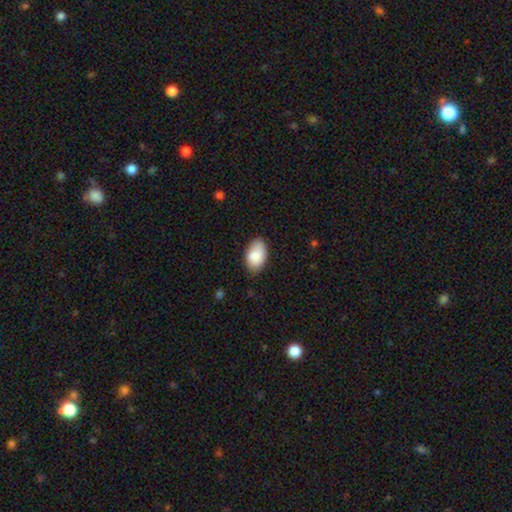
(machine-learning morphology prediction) type=smooth (87%); roundness=in between (93%); merging=none (79%).